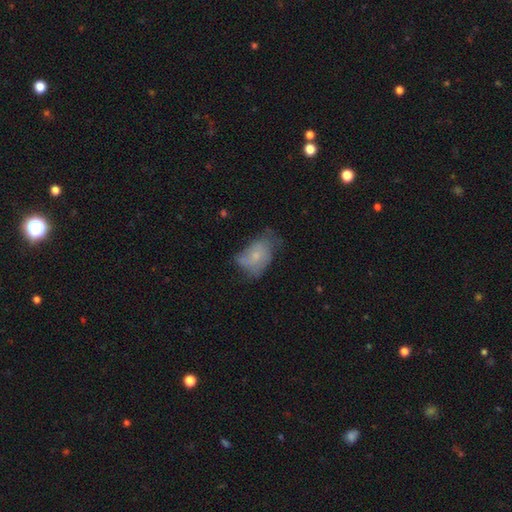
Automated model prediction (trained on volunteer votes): Morphology: type=smooth (47%); merging=minor disturbance (35%, tied with none).